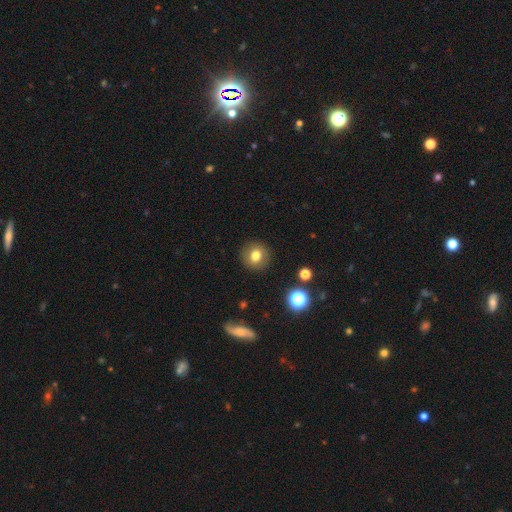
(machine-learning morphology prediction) Overall: smooth (76%). How rounded: round (88%). Merging: none (89%).